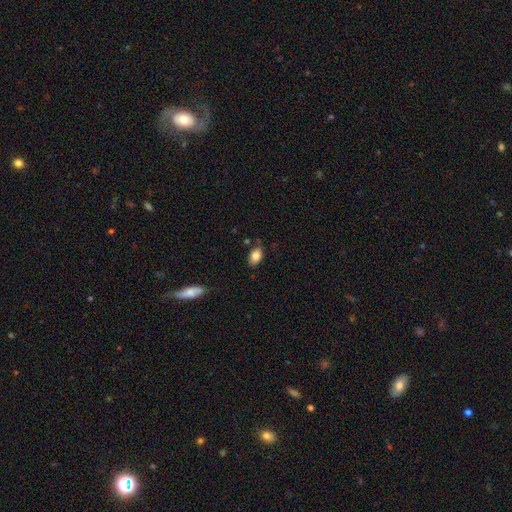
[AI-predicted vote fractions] smooth_or_featured: smooth (p=0.83) [alt: featured or disk p=0.09]
how_rounded: in between (p=0.87) [alt: round p=0.11]
merging: none (p=0.79) [alt: minor disturbance p=0.15]